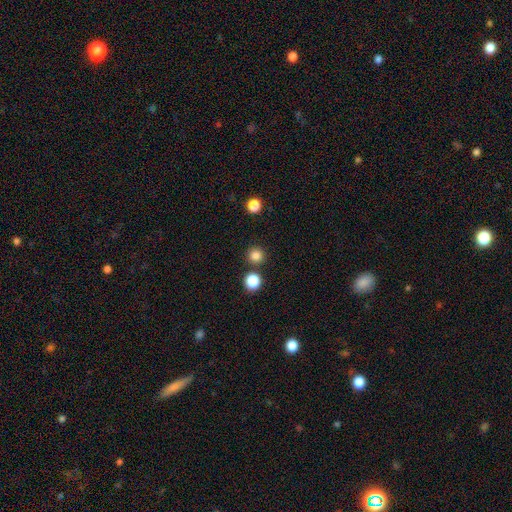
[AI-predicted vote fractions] smooth_or_featured: smooth (p=0.83) [alt: star or artifact p=0.14]
how_rounded: round (p=0.95) [alt: in between p=0.04]
merging: none (p=0.85) [alt: merger p=0.07]